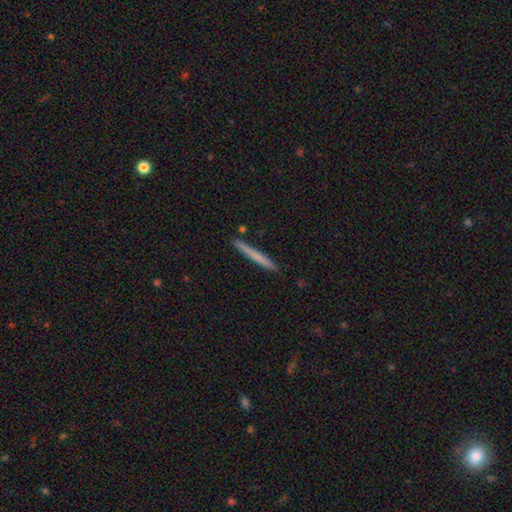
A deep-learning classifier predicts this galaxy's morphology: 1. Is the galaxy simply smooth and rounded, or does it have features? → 64% smooth, 31% featured or disk, 6% star or artifact.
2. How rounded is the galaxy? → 97% cigar-shaped, 2% in between, 1% round.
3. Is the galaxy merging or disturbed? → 90% none, 7% minor disturbance, 2% merger, 1% major disturbance.